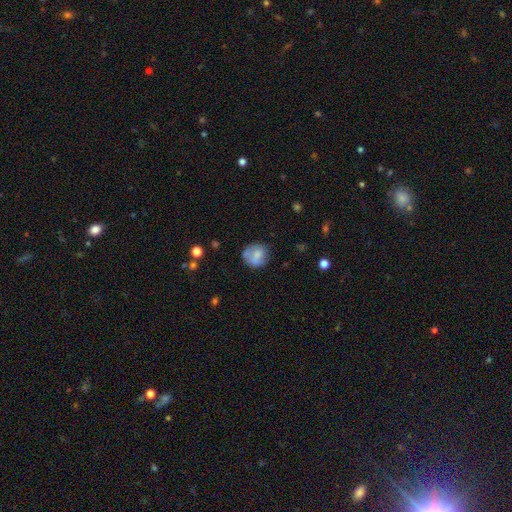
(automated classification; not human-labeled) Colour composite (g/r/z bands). It shows a smooth galaxy with no disk features (65%) that is round (78%). Merging: none (61%).